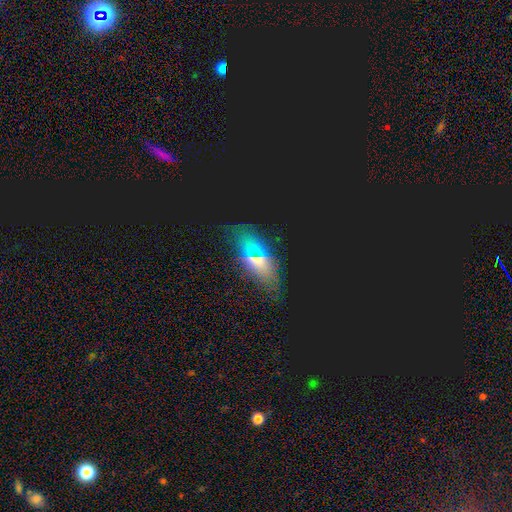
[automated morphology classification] type=smooth (41%); merging=none (73%).